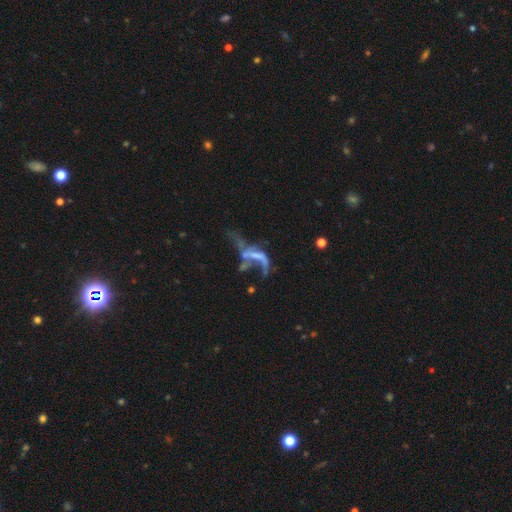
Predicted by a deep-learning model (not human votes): This is likely a featured or disk galaxy (64%). It is clearly not viewed edge-on (90%). Bar: possibly no (59%). Spiral arm pattern: likely no (64%). Central bulge: likely none (68%). Merging: marginally major disturbance (42%).